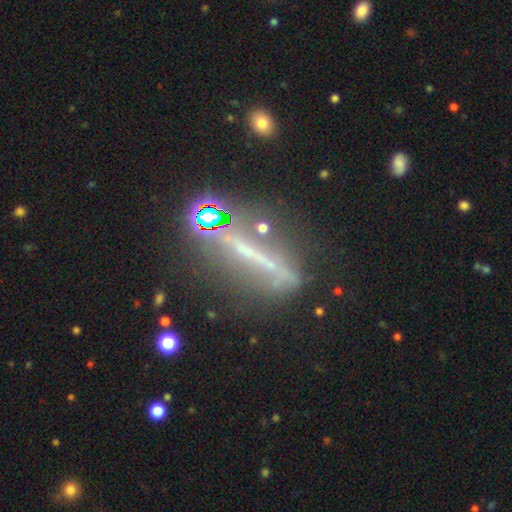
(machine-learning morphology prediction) Smooth or featured? Predicted: featured or disk (p=0.63). Edge-on disk? Predicted: yes (p=0.72). Merging? Predicted: none (p=0.63).